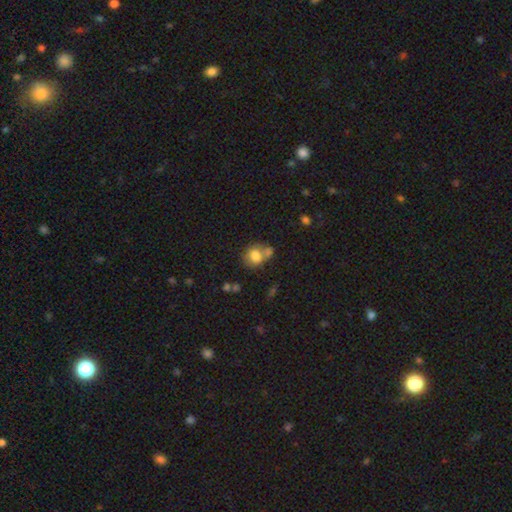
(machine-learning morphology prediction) A smooth galaxy with no disk features (79%) that is round (65%). Merging: none (43%).